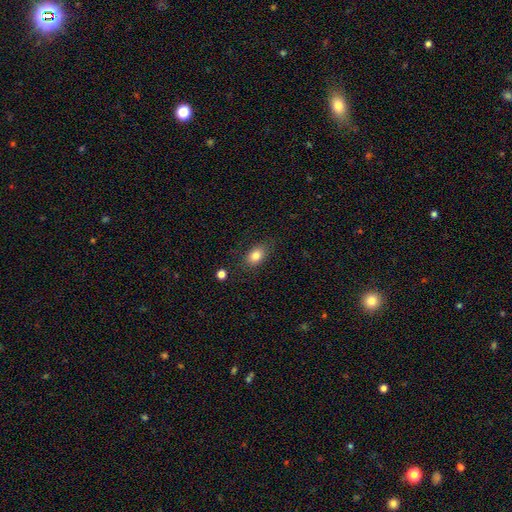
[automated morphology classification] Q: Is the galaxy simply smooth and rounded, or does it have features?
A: smooth — 83%.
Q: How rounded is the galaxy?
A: in between — 80%.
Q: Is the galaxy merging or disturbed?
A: none — 82%.